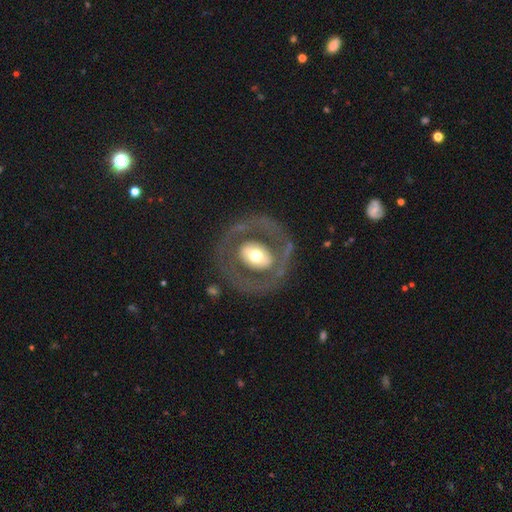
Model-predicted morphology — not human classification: Q: Smooth or featured?
A: featured or disk (62%); runner-up: smooth (32%)
Q: Edge-on disk?
A: no (94%); runner-up: yes (6%)
Q: Bar?
A: no (63%); runner-up: weak (19%)
Q: Spiral arms?
A: no (78%); runner-up: yes (22%)
Q: Bulge size?
A: moderate (59%); runner-up: large (26%)
Q: Merging?
A: none (76%); runner-up: major disturbance (12%)